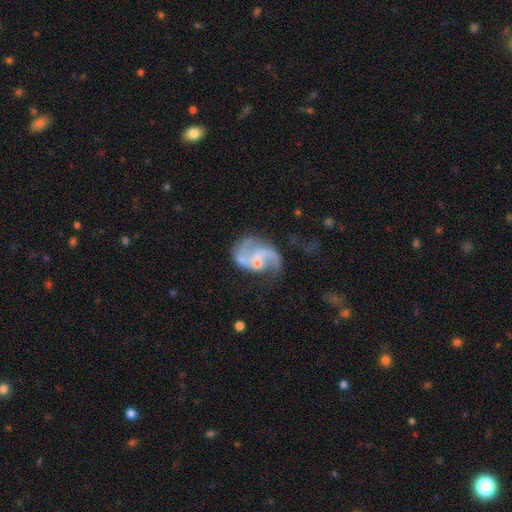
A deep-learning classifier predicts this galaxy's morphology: smooth-or-featured: featured or disk: 89% | star or artifact: 6% | smooth: 5%
  disk-edge-on: no: 98% | yes: 2%
    bar: no: 51% | weak: 37% | strong: 12%
    has-spiral-arms: yes: 96% | no: 4%
      spiral-winding: medium: 46% | loose: 43% | tight: 11%
      spiral-arm-count: 2: 86% | 3: 4% | 1: 4% | can't tell: 3% | 4: 1% | more than 4: 1%
    bulge-size: small: 59% | moderate: 32% | none: 7% | large: 2% | dominant: 1%
  merging: none: 57% | minor disturbance: 20% | major disturbance: 16% | merger: 7%